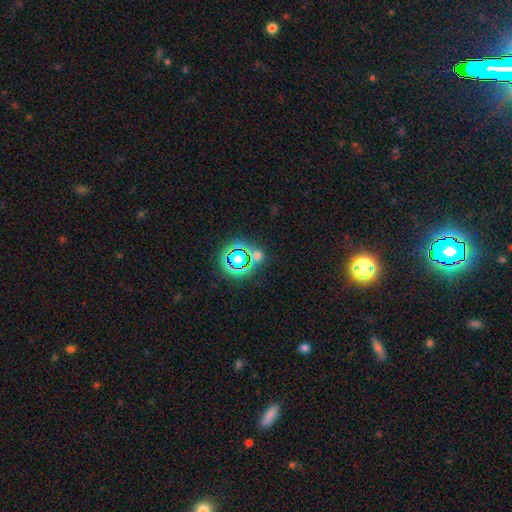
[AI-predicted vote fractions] A star or artifact, not a galaxy (72%).

Vote fractions:
- Smooth or featured? star or artifact: 72% / smooth: 20% / featured or disk: 8%